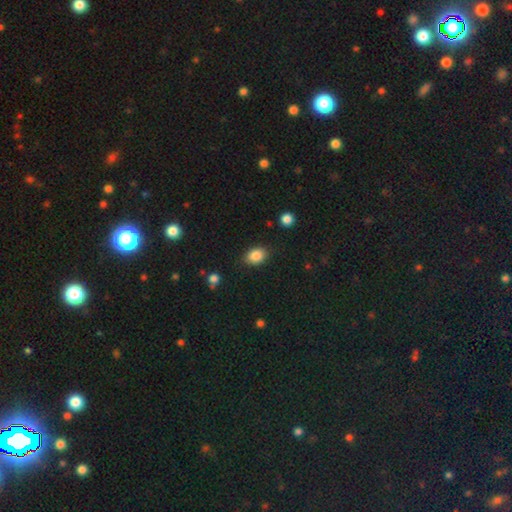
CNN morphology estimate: smooth_or_featured: smooth (p=0.86) [alt: star or artifact p=0.09]
how_rounded: in between (p=0.78) [alt: round p=0.21]
merging: none (p=0.84) [alt: minor disturbance p=0.12]